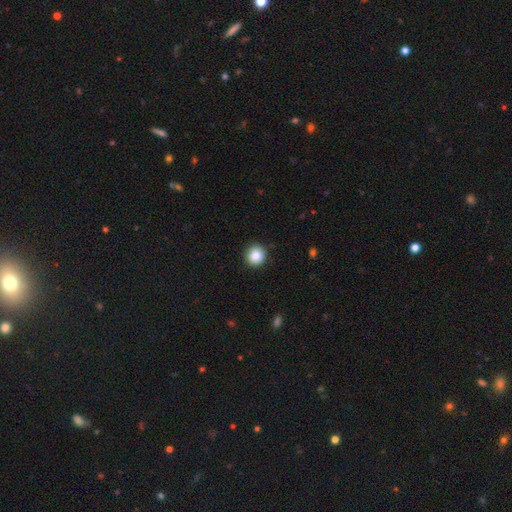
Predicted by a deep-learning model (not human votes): smooth_or_featured: smooth (p=0.87) [alt: star or artifact p=0.09]
how_rounded: round (p=0.92) [alt: in between p=0.07]
merging: none (p=0.90) [alt: minor disturbance p=0.07]